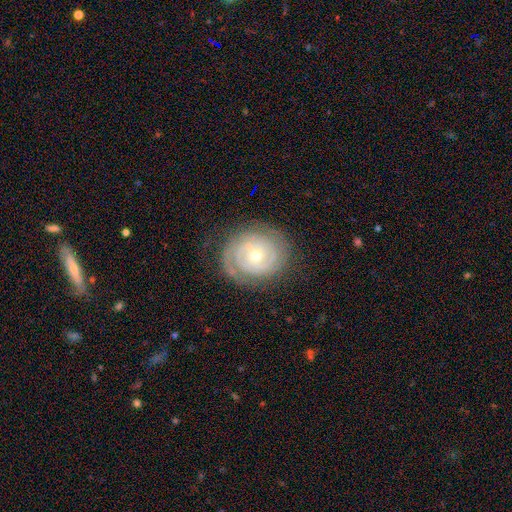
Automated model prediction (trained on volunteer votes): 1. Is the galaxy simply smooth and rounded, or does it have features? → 86% featured or disk, 8% smooth, 5% star or artifact.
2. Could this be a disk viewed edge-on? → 98% no, 2% yes.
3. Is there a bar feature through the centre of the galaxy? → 74% no, 20% weak, 6% strong.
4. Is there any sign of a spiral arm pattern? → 96% yes, 4% no.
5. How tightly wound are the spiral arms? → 80% tight, 16% medium, 3% loose.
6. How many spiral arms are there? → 52% 2, 18% can't tell, 17% 3, 5% 1, 5% 4, 4% more than 4.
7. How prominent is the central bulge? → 60% small, 37% moderate, 1% large, 1% none, 1% dominant.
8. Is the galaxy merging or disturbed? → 80% none, 13% minor disturbance, 5% major disturbance, 1% merger.